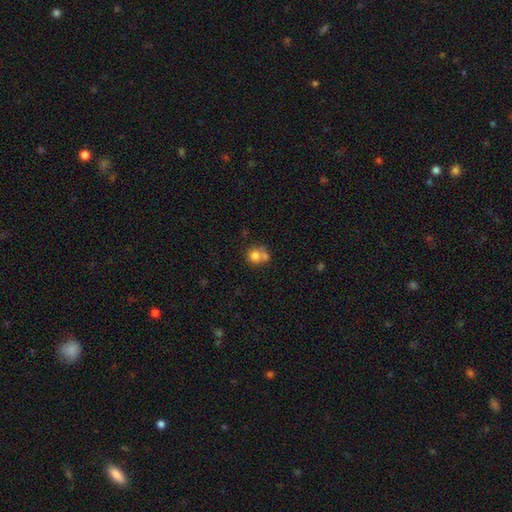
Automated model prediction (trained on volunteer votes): This is likely a smooth galaxy (76%). How rounded: clearly round (83%). Merging: possibly merger (45%).